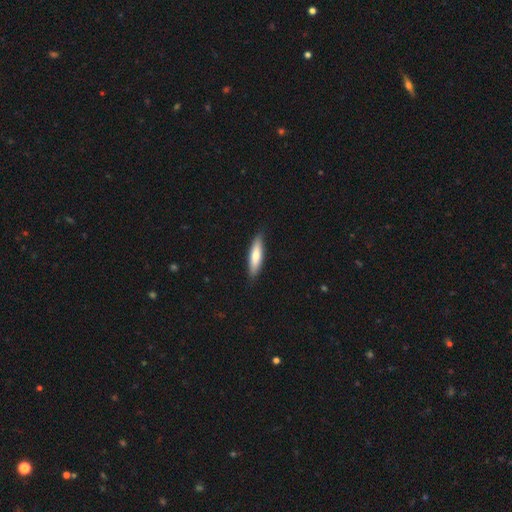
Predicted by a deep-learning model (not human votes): This is likely a smooth galaxy (74%). How rounded: likely cigar-shaped (71%). Merging: clearly none (87%).